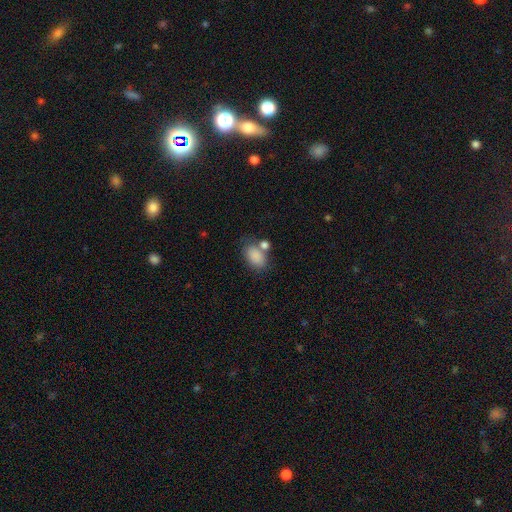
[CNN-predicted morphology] Smooth or featured: smooth — 85% (star or artifact — 8%)
How rounded: in between — 87% (round — 11%)
Merging: none — 55% (merger — 22%)